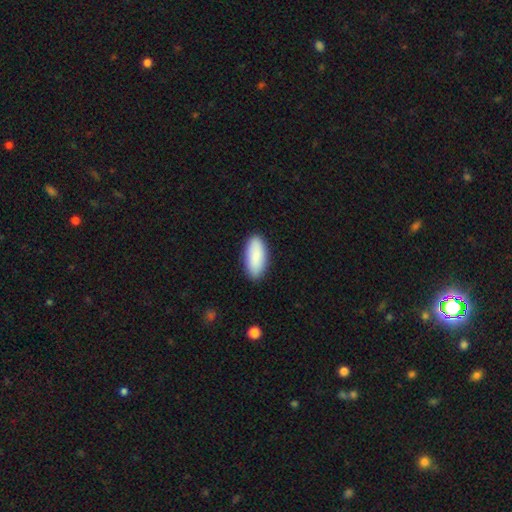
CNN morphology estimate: This is clearly a smooth galaxy (88%). How rounded: clearly in between (87%). Merging: clearly none (88%).